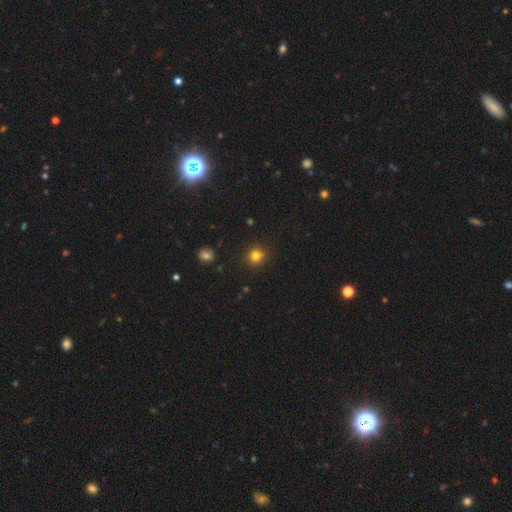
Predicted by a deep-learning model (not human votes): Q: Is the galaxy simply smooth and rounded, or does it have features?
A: smooth — 81%.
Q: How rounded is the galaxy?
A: round — 90%.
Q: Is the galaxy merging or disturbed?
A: none — 90%.